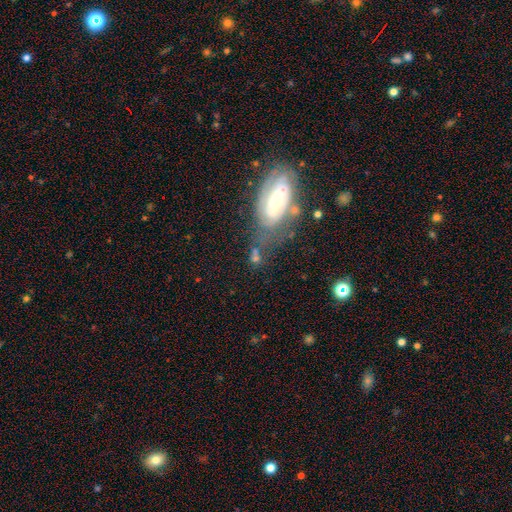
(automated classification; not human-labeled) A featured or disk galaxy (63%) with no bar (46%), spiral arms (75%) and a small central bulge (48%).

Vote fractions:
- Smooth or featured? featured or disk: 63% / smooth: 25% / star or artifact: 12%
- Edge-on disk? no: 89% / yes: 11%
- Bar? no: 46% / weak: 35% / strong: 18%
- Spiral arms? yes: 75% / no: 25%
- Bulge size? small: 48% / moderate: 45% / large: 4% / none: 2% / dominant: 1%
- Merging? none: 55% / minor disturbance: 22% / major disturbance: 14% / merger: 9%